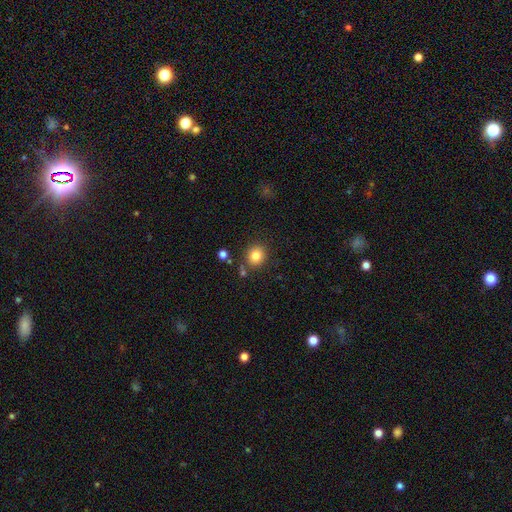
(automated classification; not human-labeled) Smooth or featured?
  - smooth: 82% *
  - star or artifact: 11%
  - featured or disk: 7%
How rounded?
  - round: 80% *
  - in between: 19%
  - cigar-shaped: 1%
Merging?
  - none: 82% *
  - minor disturbance: 10%
  - merger: 5%
  - major disturbance: 3%